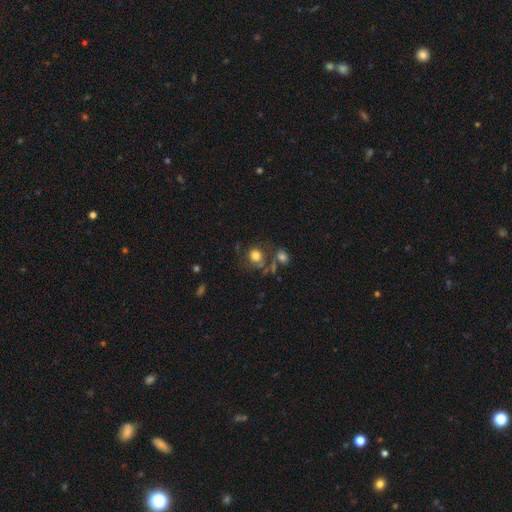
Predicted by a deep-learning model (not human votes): A smooth galaxy with no disk features (73%) that is round (74%). Merging: none (54%).